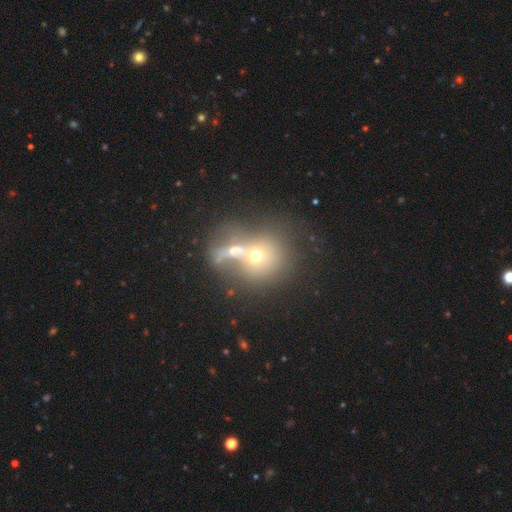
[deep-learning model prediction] Smooth or featured? Predicted: smooth (p=0.51). How rounded? Predicted: round (p=0.75). Merging? Predicted: merger (p=0.73).